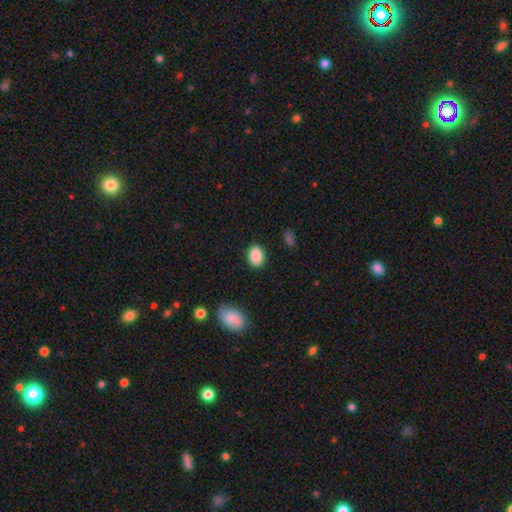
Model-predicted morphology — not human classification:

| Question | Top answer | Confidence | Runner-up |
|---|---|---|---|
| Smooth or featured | smooth | 89% | star or artifact (8%) |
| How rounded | in between | 73% | round (26%) |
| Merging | none | 86% | minor disturbance (10%) |